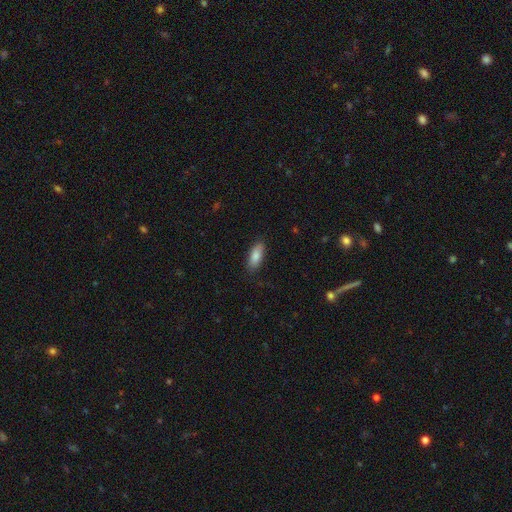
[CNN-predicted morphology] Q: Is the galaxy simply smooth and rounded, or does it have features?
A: smooth — 84%.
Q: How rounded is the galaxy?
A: in between — 77%.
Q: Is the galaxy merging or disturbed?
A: none — 86%.